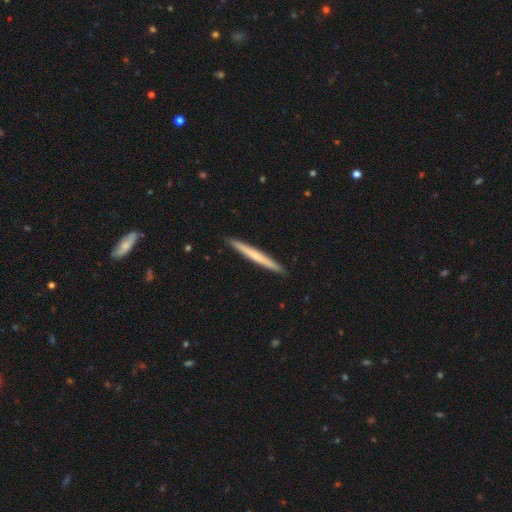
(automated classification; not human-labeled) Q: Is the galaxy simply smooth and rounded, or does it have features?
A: smooth — 52%.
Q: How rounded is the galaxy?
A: cigar-shaped — 97%.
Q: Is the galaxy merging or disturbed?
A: none — 93%.